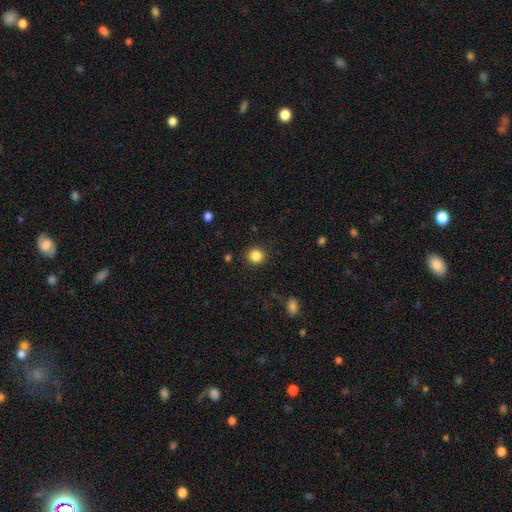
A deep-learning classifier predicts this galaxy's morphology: A smooth galaxy with no disk features (85%) that is round (89%).

Vote fractions:
- Smooth or featured? smooth: 85% / star or artifact: 11% / featured or disk: 4%
- How rounded? round: 89% / in between: 11% / cigar-shaped: 1%
- Merging? none: 90% / minor disturbance: 6% / major disturbance: 2% / merger: 1%